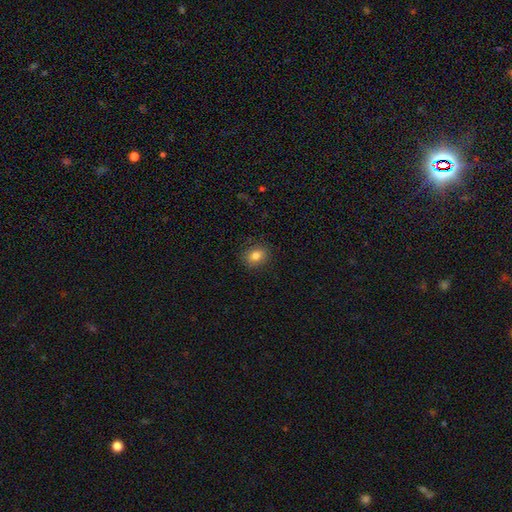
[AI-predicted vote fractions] A smooth galaxy with no disk features (82%) that is round (55%). Merging: none (88%).